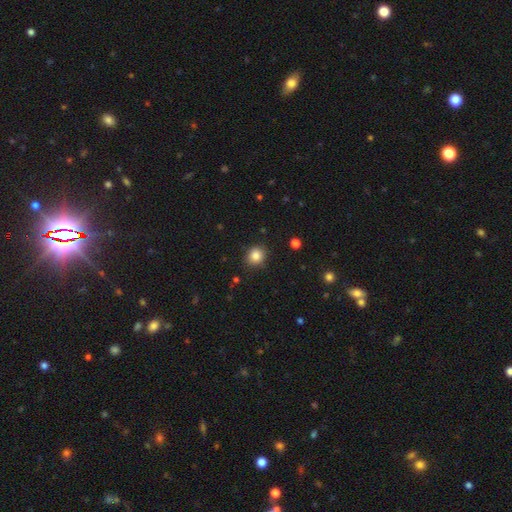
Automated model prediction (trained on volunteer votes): Smooth or featured?
  - smooth: 84% *
  - star or artifact: 11%
  - featured or disk: 5%
How rounded?
  - round: 74% *
  - in between: 25%
  - cigar-shaped: 1%
Merging?
  - none: 86% *
  - minor disturbance: 10%
  - major disturbance: 3%
  - merger: 1%